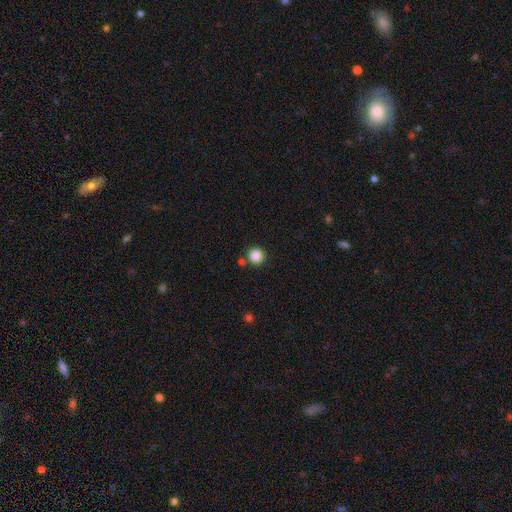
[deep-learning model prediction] The model was most divided on "smooth or featured": smooth: 86%, star or artifact: 10%, featured or disk: 3%. More confident: how rounded — round (95%); merging — none (84%).